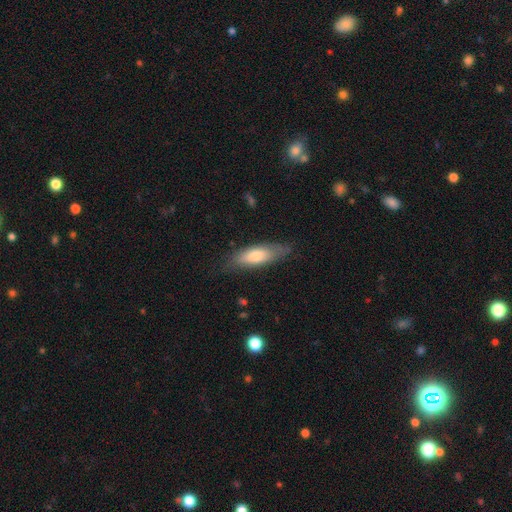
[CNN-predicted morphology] A smooth galaxy with no disk features (69%) that is in between round and cigar-shaped (59%). Merging: none (73%).